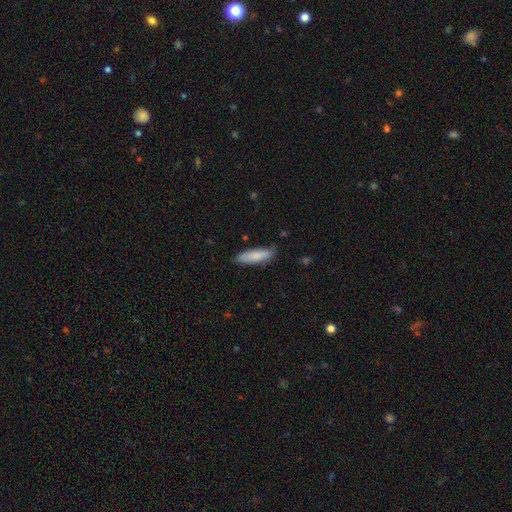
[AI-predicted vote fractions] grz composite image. It shows a smooth galaxy with no disk features (82%) that is cigar-shaped (54%). Merging: none (78%).